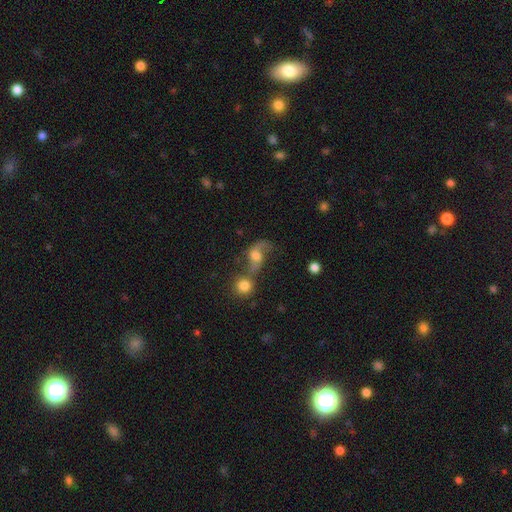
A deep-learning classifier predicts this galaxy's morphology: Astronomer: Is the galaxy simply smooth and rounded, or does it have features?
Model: featured or disk — 60%.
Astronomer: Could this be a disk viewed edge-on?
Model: no — 95%.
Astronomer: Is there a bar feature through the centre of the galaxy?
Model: no — 59%.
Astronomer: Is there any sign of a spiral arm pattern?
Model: yes — 87%.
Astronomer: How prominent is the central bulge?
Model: moderate — 55%.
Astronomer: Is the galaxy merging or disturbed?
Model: none — 37% (runner-up: merger, 34%).